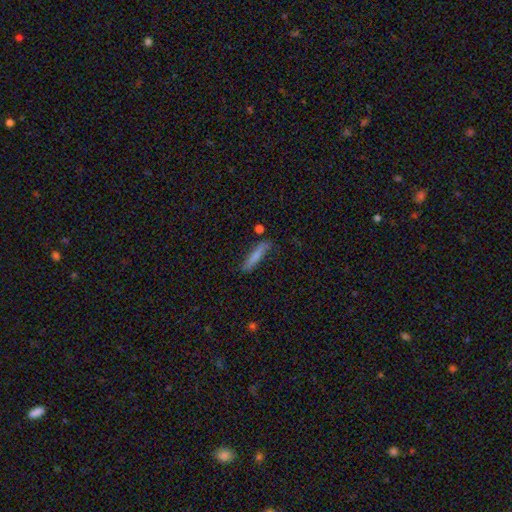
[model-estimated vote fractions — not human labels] A smooth galaxy with no disk features (74%) that is cigar-shaped (87%). Merging: none (75%).